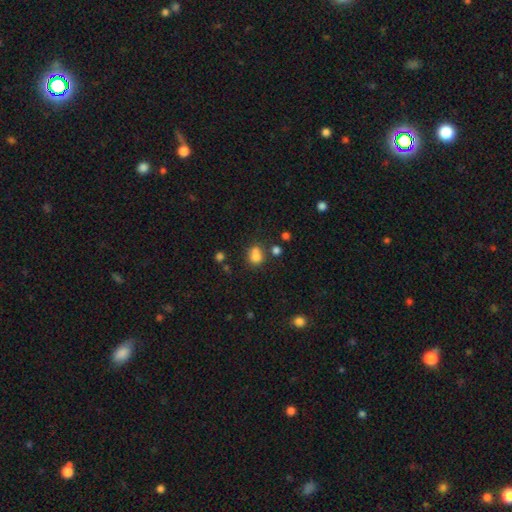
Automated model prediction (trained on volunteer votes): Smooth or featured? Predicted: smooth (p=0.74). How rounded? Predicted: round (p=0.72). Merging? Predicted: merger (p=0.45).